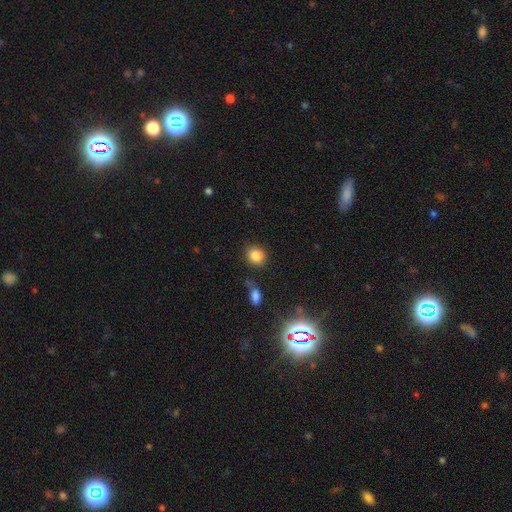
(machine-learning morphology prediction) Smooth or featured? Predicted: smooth (p=0.84). How rounded? Predicted: round (p=0.79). Merging? Predicted: none (p=0.80).